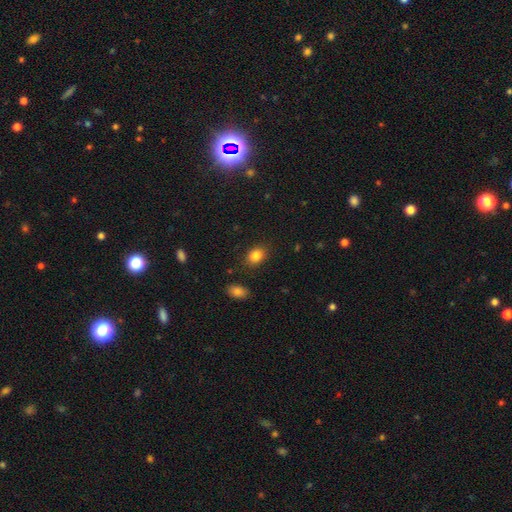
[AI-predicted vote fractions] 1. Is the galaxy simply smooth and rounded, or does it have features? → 84% smooth, 10% star or artifact, 6% featured or disk.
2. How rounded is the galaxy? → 65% in between, 34% round, 1% cigar-shaped.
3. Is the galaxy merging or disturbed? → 85% none, 10% minor disturbance, 3% major disturbance, 2% merger.